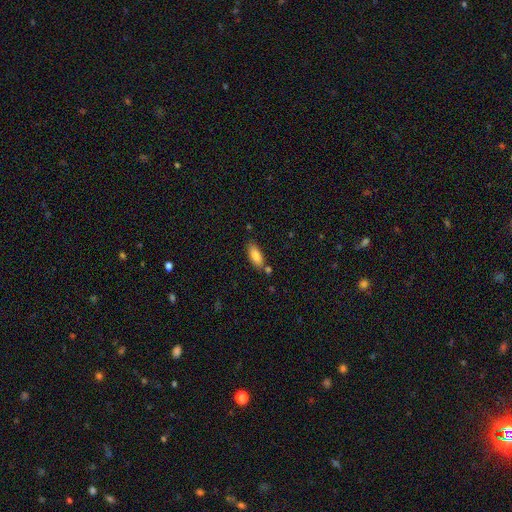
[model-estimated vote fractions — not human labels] smooth 85%, featured or disk 8%, star or artifact 7%. Down the decision tree: how rounded — in between (77%); merging — none (72%).